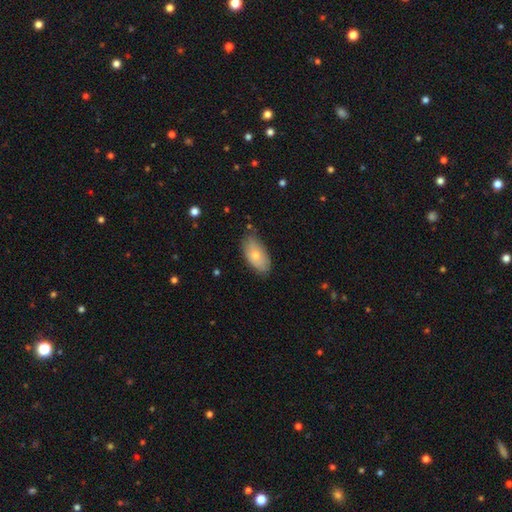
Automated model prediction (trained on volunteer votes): This appears to be a smooth galaxy with no disk features (73%) that is in between round and cigar-shaped (93%). Merging: none (76%).